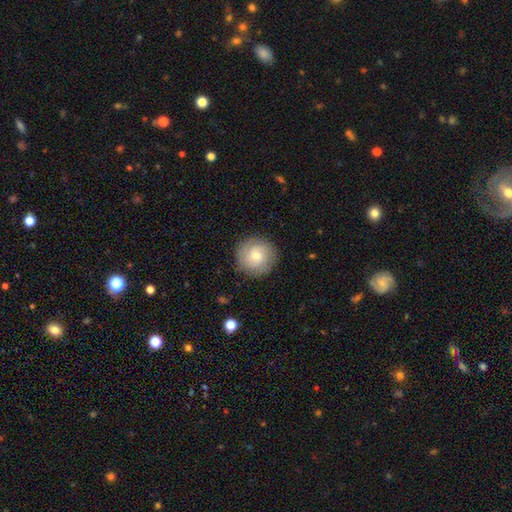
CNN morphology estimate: smooth-or-featured: smooth: 54% | featured or disk: 37% | star or artifact: 9%
  how-rounded: round: 94% | in between: 5% | cigar-shaped: 1%
  merging: none: 88% | minor disturbance: 9% | major disturbance: 3% | merger: 1%